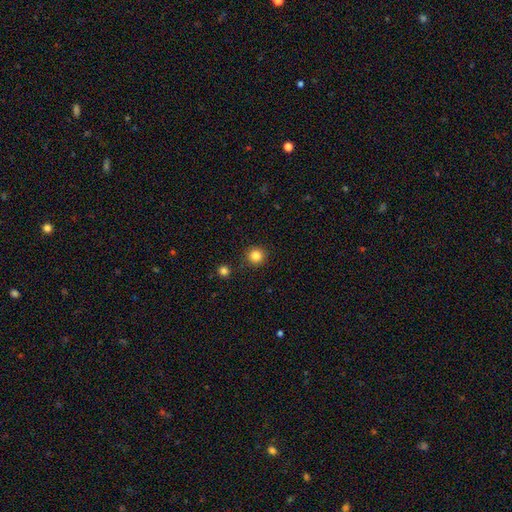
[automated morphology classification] This appears to be a smooth galaxy with no disk features (83%) that is round (95%). Merging: none (89%).